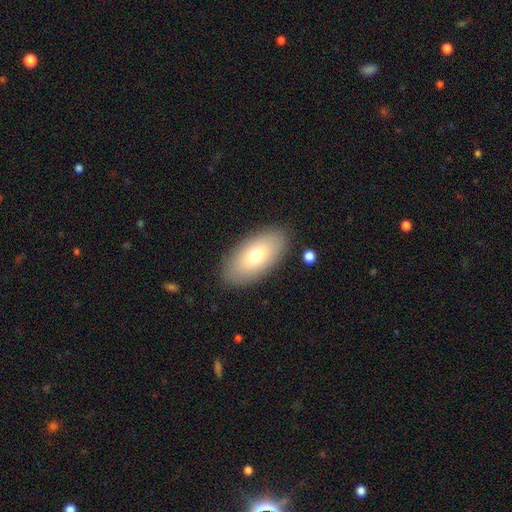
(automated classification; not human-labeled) Morphology: type=smooth (73%); roundness=in between (93%); merging=none (87%).